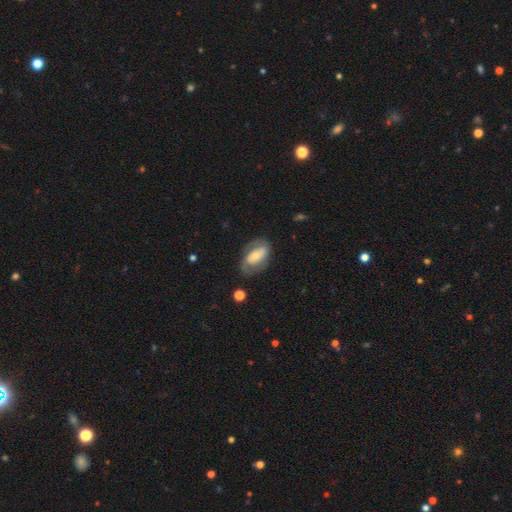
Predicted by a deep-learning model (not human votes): A featured or disk galaxy (55%) with no bar (43%), spiral arms (62%) and a small central bulge (50%). Merging: none (65%).